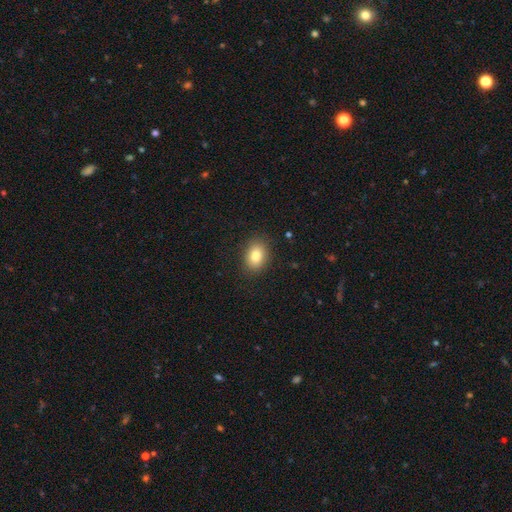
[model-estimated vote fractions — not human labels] Smooth or featured?
  - smooth: 83% *
  - star or artifact: 9%
  - featured or disk: 8%
How rounded?
  - in between: 74% *
  - round: 25%
  - cigar-shaped: 1%
Merging?
  - none: 87% *
  - minor disturbance: 9%
  - major disturbance: 3%
  - merger: 1%